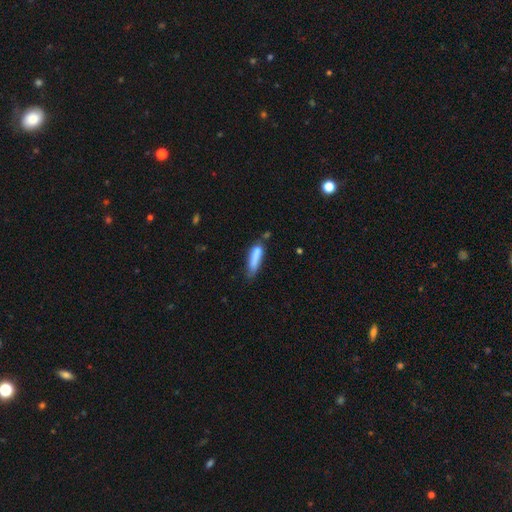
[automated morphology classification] Q: Smooth or featured?
A: smooth (79%); runner-up: featured or disk (13%)
Q: How rounded?
A: cigar-shaped (70%); runner-up: in between (28%)
Q: Merging?
A: none (47%); runner-up: minor disturbance (32%)